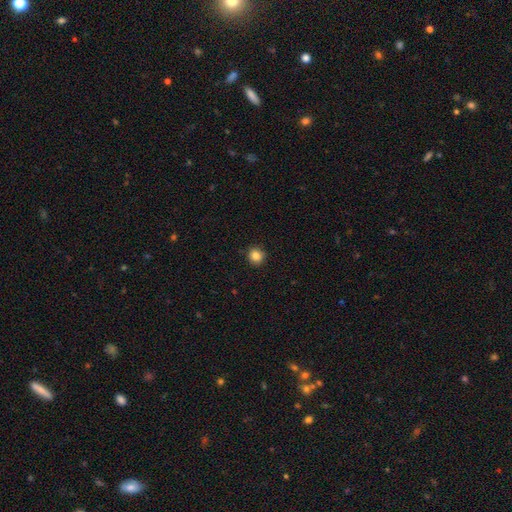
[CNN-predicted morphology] Smooth or featured? Predicted: smooth (p=0.85). How rounded? Predicted: round (p=0.93). Merging? Predicted: none (p=0.91).